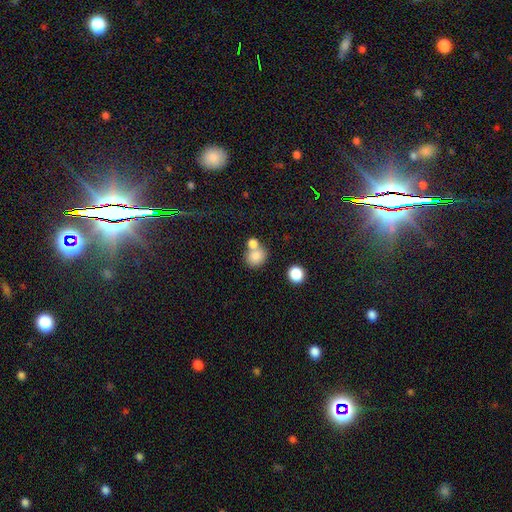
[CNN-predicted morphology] Overall: smooth (81%). How rounded: round (75%). Merging: none (50%; merger 36%).